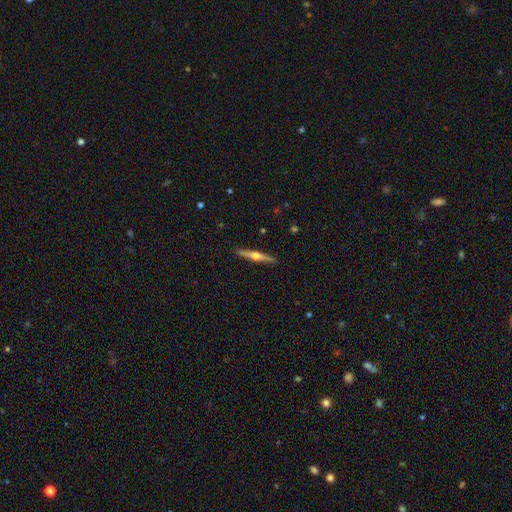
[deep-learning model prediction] Overall: featured or disk (69%). Edge-on disk: yes (98%). Edge-on bulge: rounded (93%). Merging: none (91%).